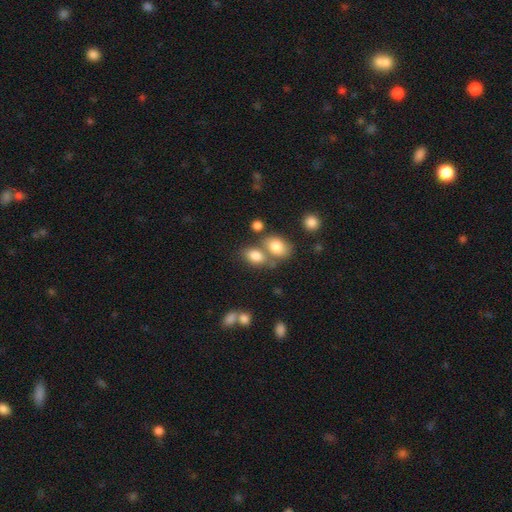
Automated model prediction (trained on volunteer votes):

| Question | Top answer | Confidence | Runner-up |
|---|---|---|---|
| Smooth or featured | smooth | 81% | star or artifact (10%) |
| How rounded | in between | 80% | round (18%) |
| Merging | none | 47% | merger (35%) |